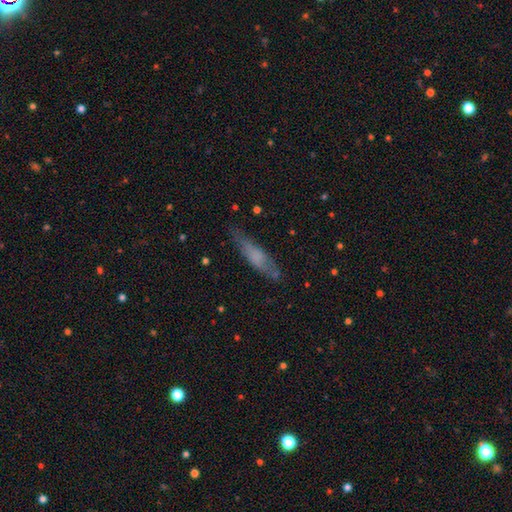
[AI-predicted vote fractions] Morphology: type=smooth (59%); roundness=cigar-shaped (72%); merging=none (70%).